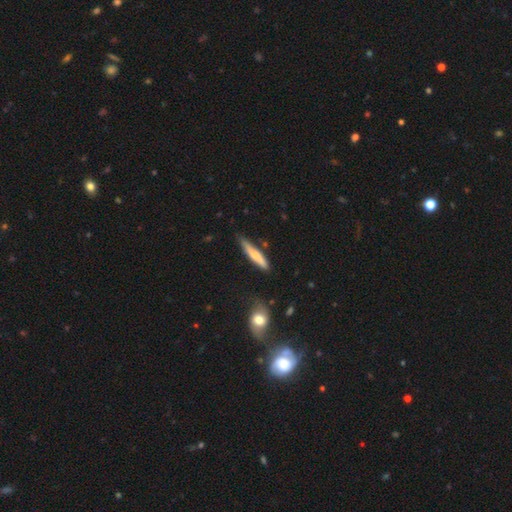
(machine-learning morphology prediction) Overall: smooth (63%; featured or disk 32%). How rounded: cigar-shaped (90%). Merging: none (70%).